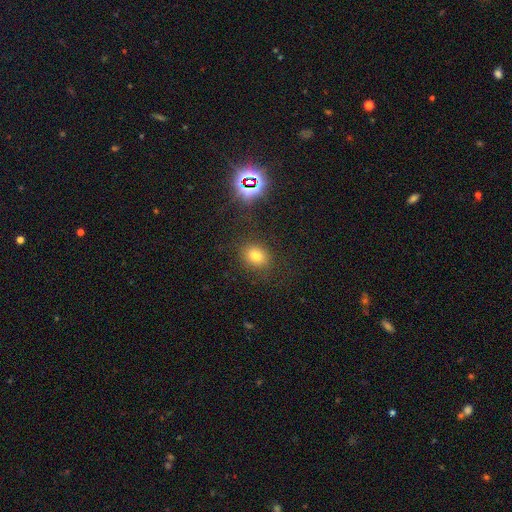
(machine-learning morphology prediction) Smooth or featured?
  - smooth: 73% *
  - star or artifact: 18%
  - featured or disk: 9%
How rounded?
  - round: 60% *
  - in between: 39%
  - cigar-shaped: 1%
Merging?
  - none: 81% *
  - minor disturbance: 11%
  - major disturbance: 5%
  - merger: 3%